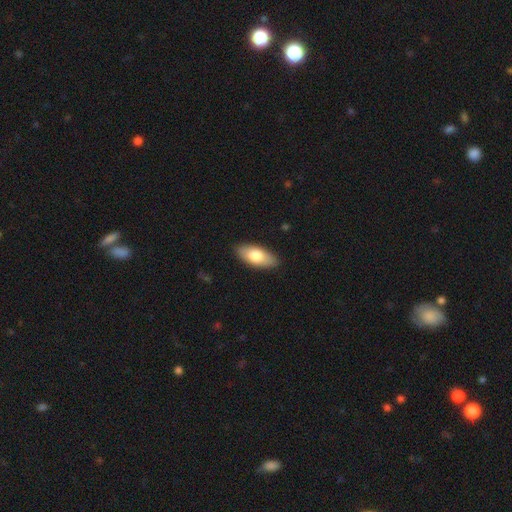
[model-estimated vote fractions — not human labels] Overall: smooth (76%). How rounded: in between (87%). Merging: none (88%).